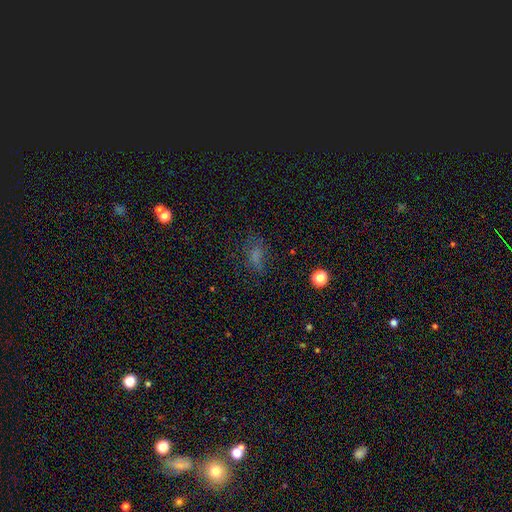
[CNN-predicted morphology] smooth_or_featured: smooth (p=0.62) [alt: star or artifact p=0.23]
how_rounded: in between (p=0.72) [alt: round p=0.24]
merging: none (p=0.58) [alt: minor disturbance p=0.21]